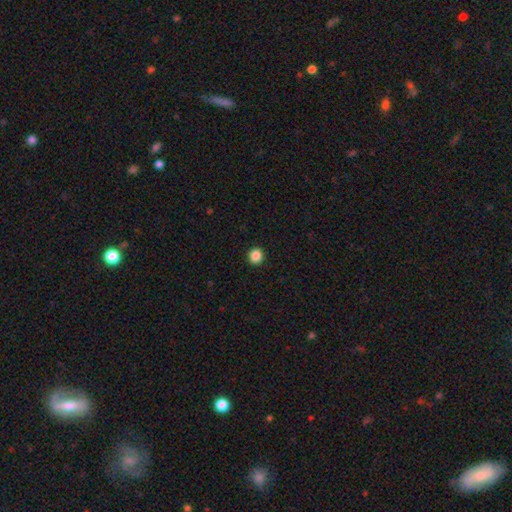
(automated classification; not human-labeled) Smooth or featured: smooth — 87% (star or artifact — 10%)
How rounded: round — 90% (in between — 9%)
Merging: none — 93% (minor disturbance — 4%)